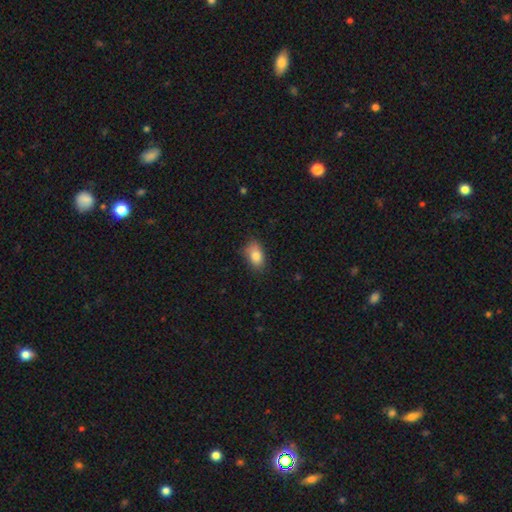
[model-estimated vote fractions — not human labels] smooth 83%, star or artifact 8%, featured or disk 8%. Down the decision tree: how rounded — in between (86%); merging — none (73%).